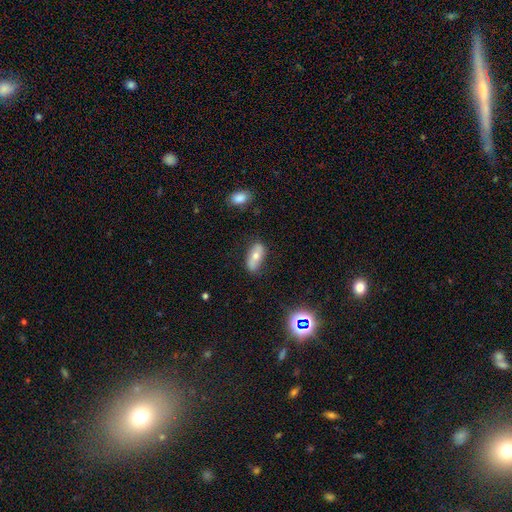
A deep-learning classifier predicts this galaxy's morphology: smooth 58%, featured or disk 34%, star or artifact 8%. Down the decision tree: how rounded — in between (79%); merging — none (75%).